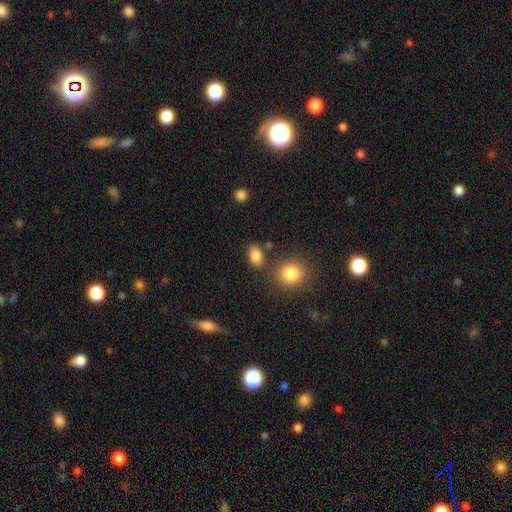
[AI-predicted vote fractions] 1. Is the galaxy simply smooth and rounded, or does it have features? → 85% smooth, 10% star or artifact, 5% featured or disk.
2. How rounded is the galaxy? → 82% in between, 16% round, 2% cigar-shaped.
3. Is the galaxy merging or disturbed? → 77% none, 11% minor disturbance, 8% merger, 3% major disturbance.